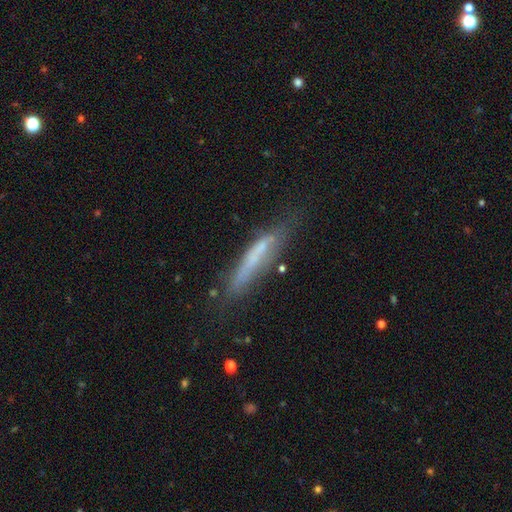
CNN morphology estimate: smooth_or_featured: smooth (p=0.48) [alt: featured or disk p=0.44]
merging: none (p=0.62) [alt: minor disturbance p=0.24]